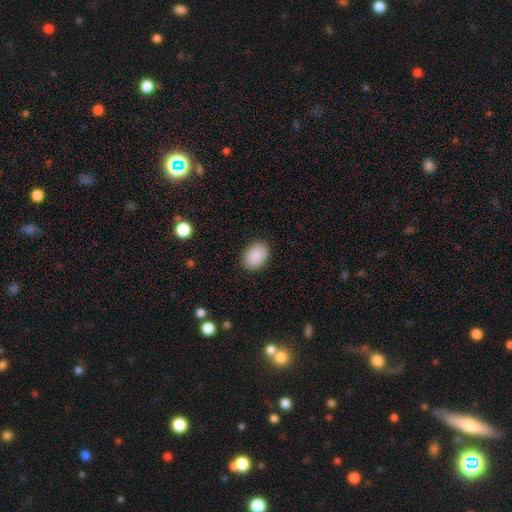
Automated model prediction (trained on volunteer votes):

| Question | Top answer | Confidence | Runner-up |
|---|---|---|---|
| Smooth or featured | smooth | 90% | star or artifact (7%) |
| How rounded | in between | 79% | round (20%) |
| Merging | none | 88% | minor disturbance (9%) |